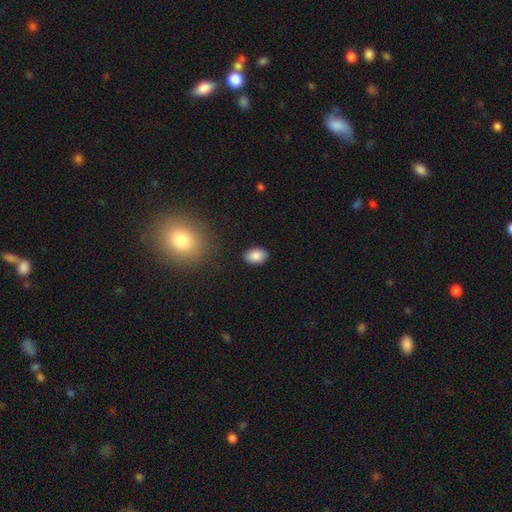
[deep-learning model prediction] Morphology: type=smooth (88%); roundness=in between (82%); merging=none (88%).